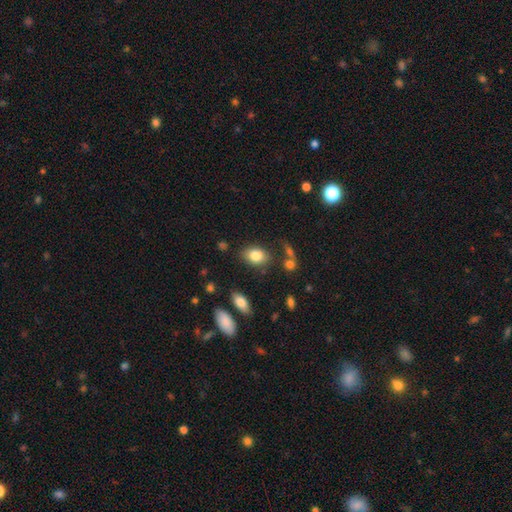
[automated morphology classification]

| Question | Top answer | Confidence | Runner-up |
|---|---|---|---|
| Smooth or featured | smooth | 83% | featured or disk (9%) |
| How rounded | in between | 82% | round (17%) |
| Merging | none | 76% | minor disturbance (14%) |